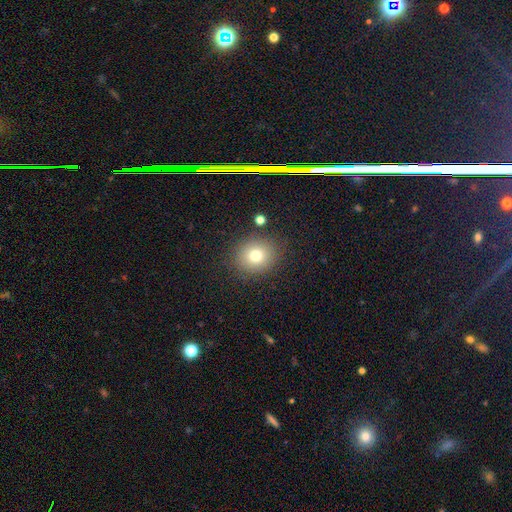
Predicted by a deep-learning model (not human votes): smooth_or_featured: smooth (p=0.76) [alt: star or artifact p=0.13]
how_rounded: round (p=0.75) [alt: in between p=0.25]
merging: none (p=0.85) [alt: minor disturbance p=0.09]